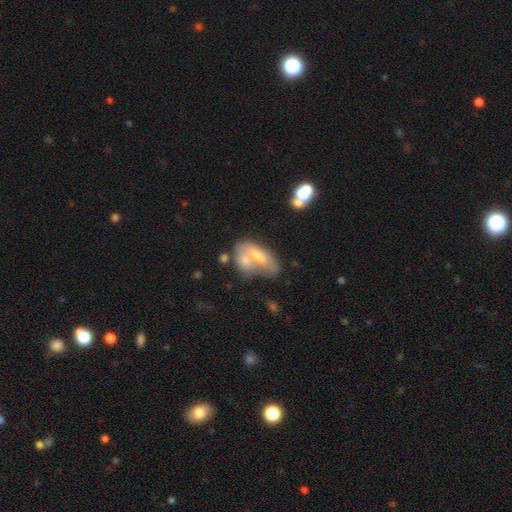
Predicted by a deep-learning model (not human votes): This appears to be a smooth galaxy with no disk features (55%) that is in between round and cigar-shaped (82%). Merging: merger (57%).